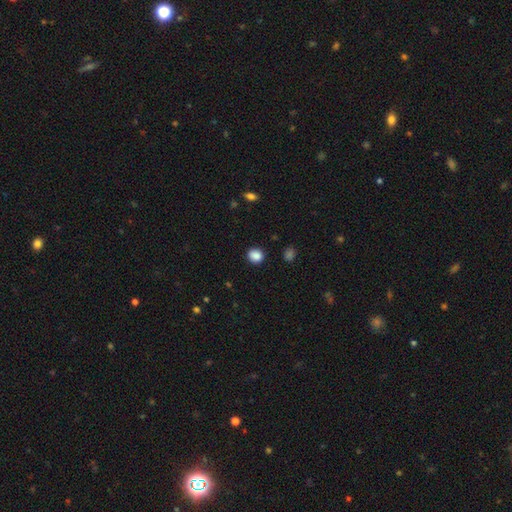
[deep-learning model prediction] This is clearly a smooth galaxy (87%). How rounded: likely round (73%). Merging: clearly none (88%).